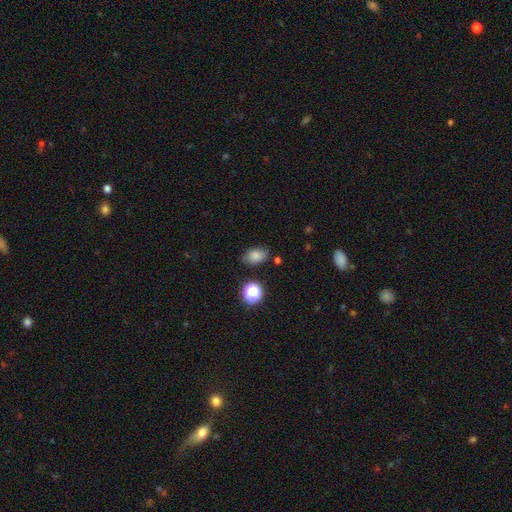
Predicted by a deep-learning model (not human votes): Q: Smooth or featured?
A: smooth (79%); runner-up: star or artifact (13%)
Q: How rounded?
A: in between (80%); runner-up: round (19%)
Q: Merging?
A: none (76%); runner-up: minor disturbance (17%)